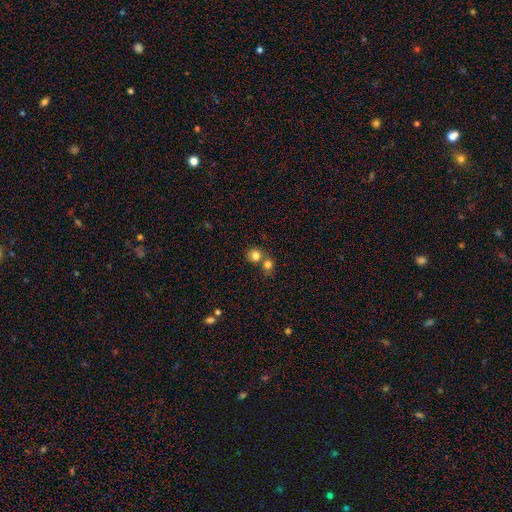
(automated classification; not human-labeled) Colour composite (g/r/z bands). It shows a smooth galaxy with no disk features (81%) that is round (86%). Merging: none (54%).